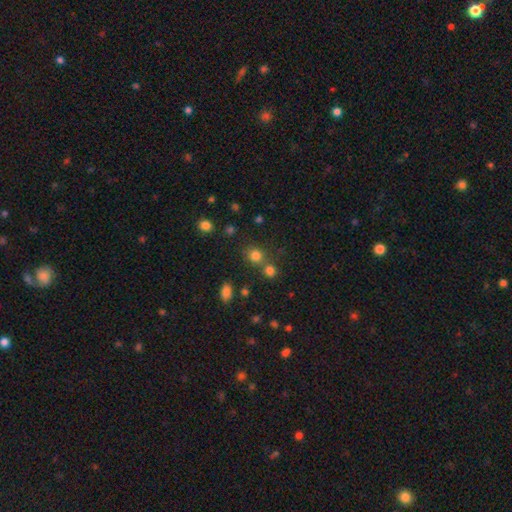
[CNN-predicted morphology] type=smooth (77%); roundness=round (80%); merging=none (63%).